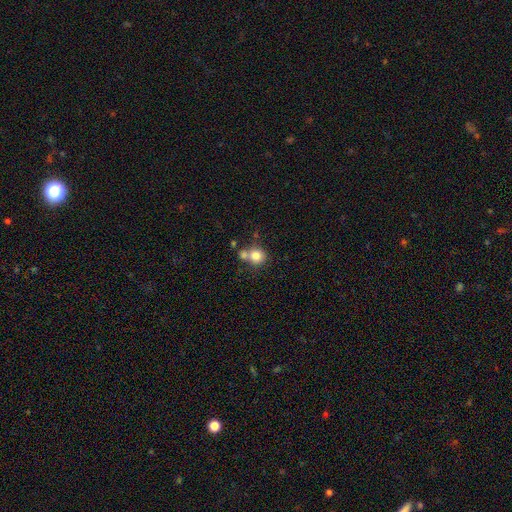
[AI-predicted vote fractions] A smooth galaxy with no disk features (81%) that is round (87%).

Vote fractions:
- Smooth or featured? smooth: 81% / star or artifact: 10% / featured or disk: 9%
- How rounded? round: 87% / in between: 12% / cigar-shaped: 1%
- Merging? none: 51% / merger: 36% / minor disturbance: 10% / major disturbance: 4%